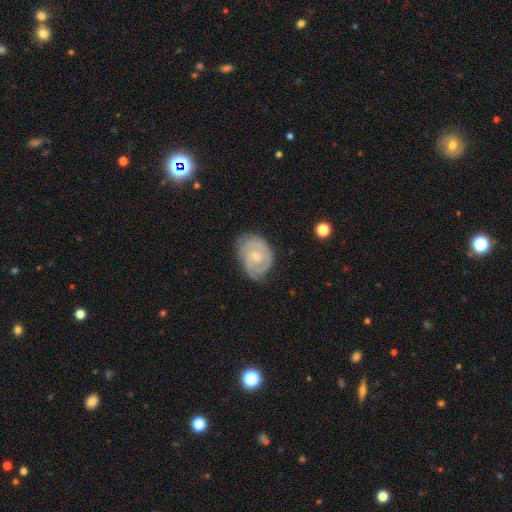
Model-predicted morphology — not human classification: Overall: featured or disk (82%). Edge-on disk: no (97%). Bar: no (63%; weak 32%). Spiral arms: yes (96%). Spiral arm count: 2 (53%; can't tell 19%). Spiral winding: tight (67%; medium 27%). Bulge size: small (64%; moderate 30%). Merging: none (71%).